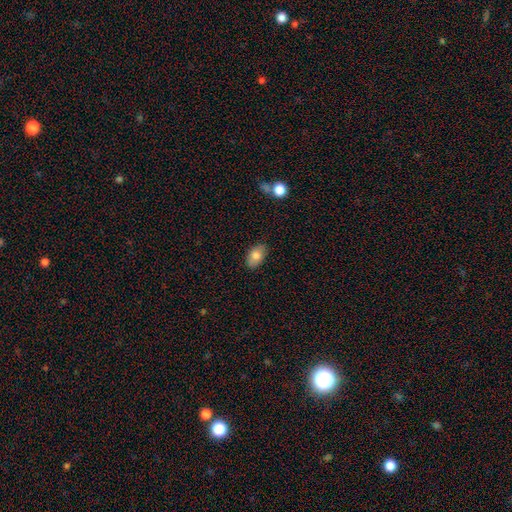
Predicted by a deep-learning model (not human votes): Overall: smooth (79%). How rounded: in between (91%). Merging: none (84%).